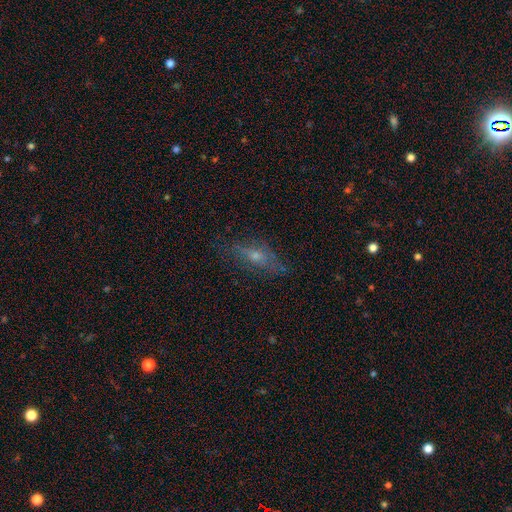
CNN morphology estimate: type=featured or disk (49%); merging=none (70%).